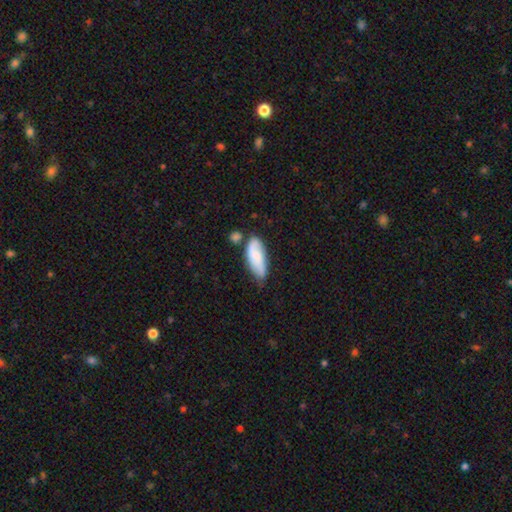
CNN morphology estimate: Q: Smooth or featured?
A: smooth (66%); runner-up: featured or disk (28%)
Q: How rounded?
A: in between (78%); runner-up: cigar-shaped (20%)
Q: Merging?
A: none (49%); runner-up: minor disturbance (30%)